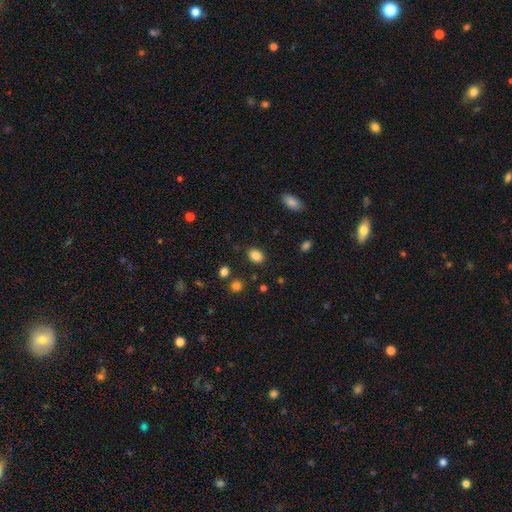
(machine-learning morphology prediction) smooth_or_featured: smooth (p=0.86) [alt: star or artifact p=0.10]
how_rounded: in between (p=0.65) [alt: round p=0.34]
merging: none (p=0.84) [alt: minor disturbance p=0.10]